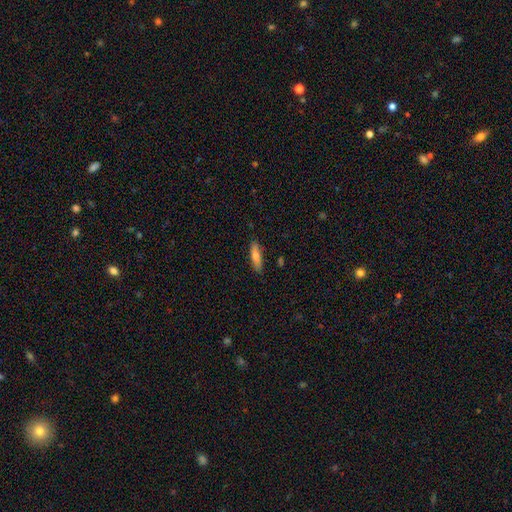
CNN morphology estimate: smooth_or_featured: smooth (p=0.72) [alt: featured or disk p=0.22]
how_rounded: cigar-shaped (p=0.62) [alt: in between p=0.36]
merging: none (p=0.86) [alt: minor disturbance p=0.11]